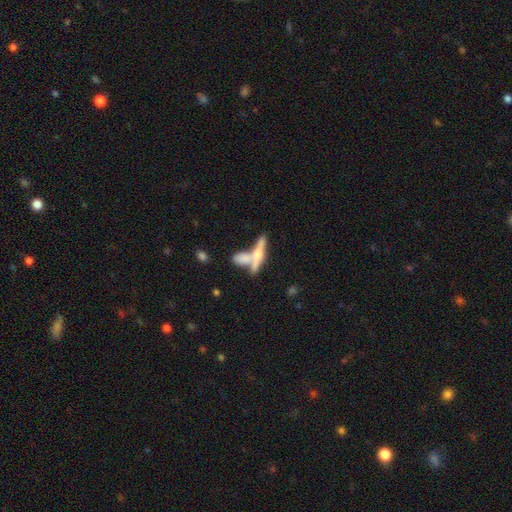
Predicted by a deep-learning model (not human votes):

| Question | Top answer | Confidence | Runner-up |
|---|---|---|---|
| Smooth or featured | featured or disk | 49% | smooth (43%) |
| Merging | merger | 44% | none (41%) |